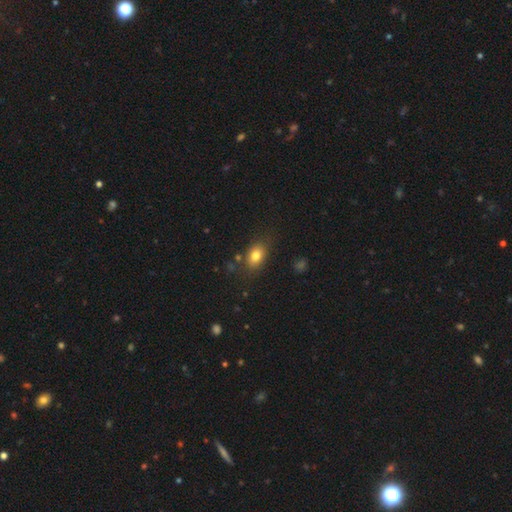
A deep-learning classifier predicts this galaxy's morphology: Smooth or featured?
  - smooth: 80% *
  - star or artifact: 10%
  - featured or disk: 10%
How rounded?
  - in between: 74% *
  - round: 24%
  - cigar-shaped: 2%
Merging?
  - none: 78% *
  - minor disturbance: 14%
  - major disturbance: 4%
  - merger: 3%